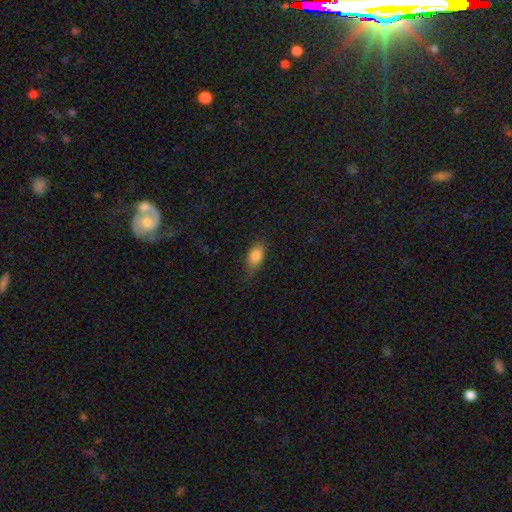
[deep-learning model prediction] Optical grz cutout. It shows a smooth galaxy with no disk features (84%) that is in between round and cigar-shaped (87%). Merging: none (67%).